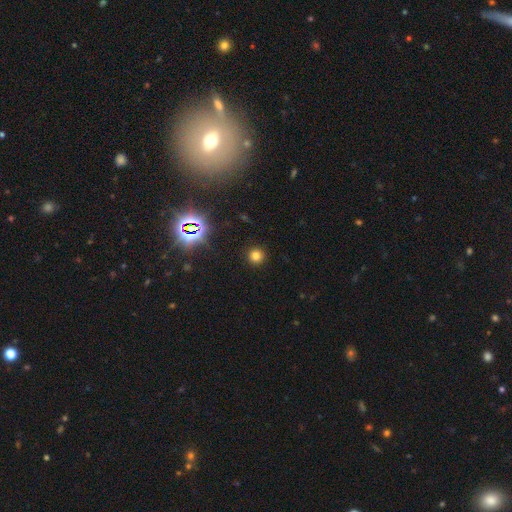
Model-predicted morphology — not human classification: smooth-or-featured: smooth: 74% | star or artifact: 20% | featured or disk: 6%
  how-rounded: round: 95% | in between: 4% | cigar-shaped: 1%
  merging: none: 92% | minor disturbance: 5% | major disturbance: 2% | merger: 1%